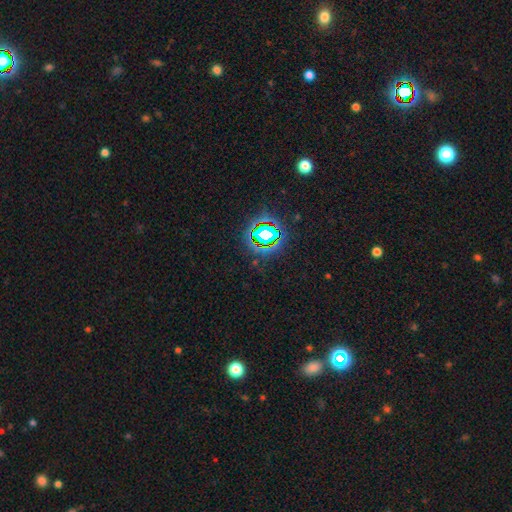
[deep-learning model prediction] star or artifact 75%, smooth 17%, featured or disk 8%.